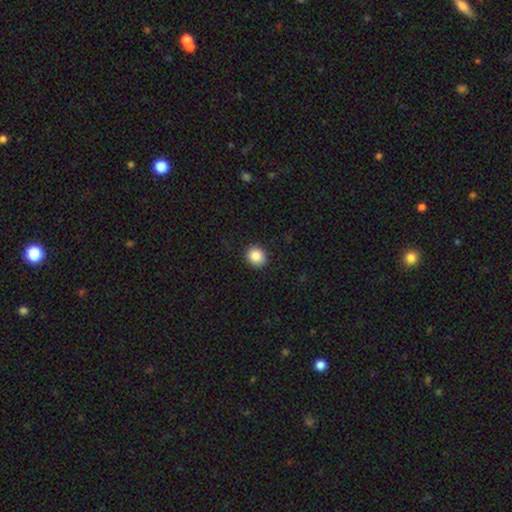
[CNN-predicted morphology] smooth_or_featured: smooth (p=0.87) [alt: star or artifact p=0.09]
how_rounded: round (p=0.79) [alt: in between p=0.20]
merging: none (p=0.90) [alt: minor disturbance p=0.07]